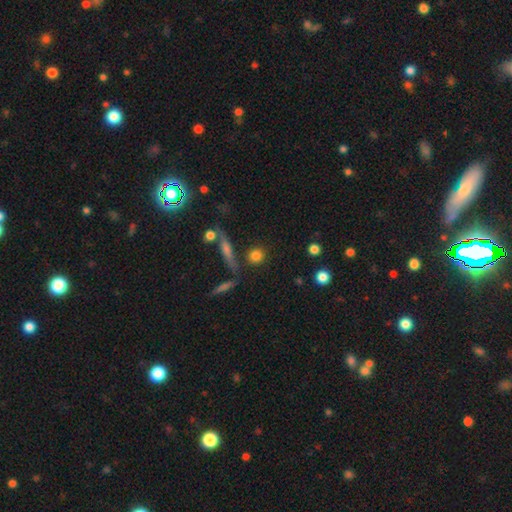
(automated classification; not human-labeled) This appears to be a smooth galaxy with no disk features (81%) that is round (85%). Merging: none (79%).